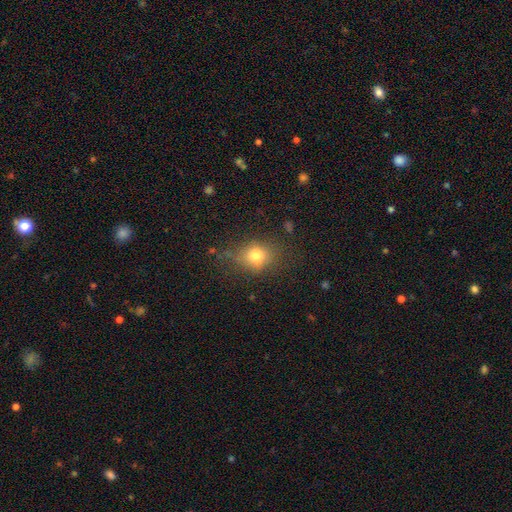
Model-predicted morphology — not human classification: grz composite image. It shows a smooth galaxy with no disk features (76%) that is round (57%). Merging: none (66%).